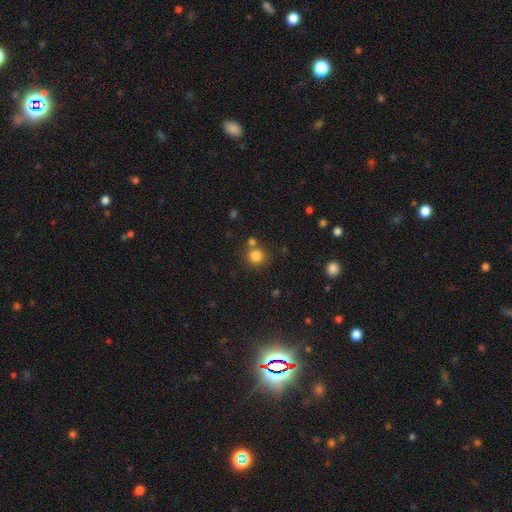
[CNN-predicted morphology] Q: Smooth or featured?
A: smooth (82%); runner-up: star or artifact (12%)
Q: How rounded?
A: round (92%); runner-up: in between (7%)
Q: Merging?
A: none (70%); runner-up: merger (18%)